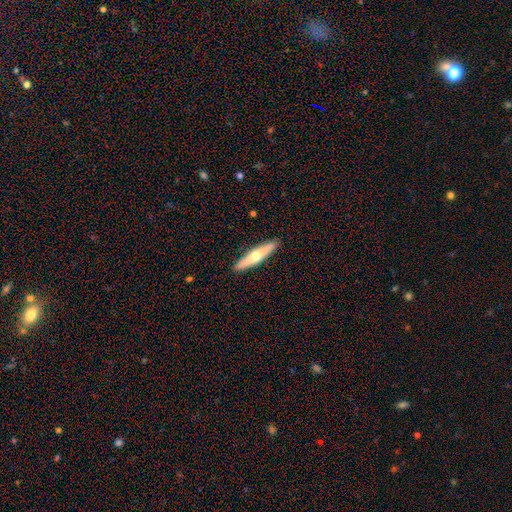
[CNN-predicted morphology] smooth_or_featured: featured or disk (p=0.48) [alt: smooth p=0.47]
merging: none (p=0.91) [alt: minor disturbance p=0.06]